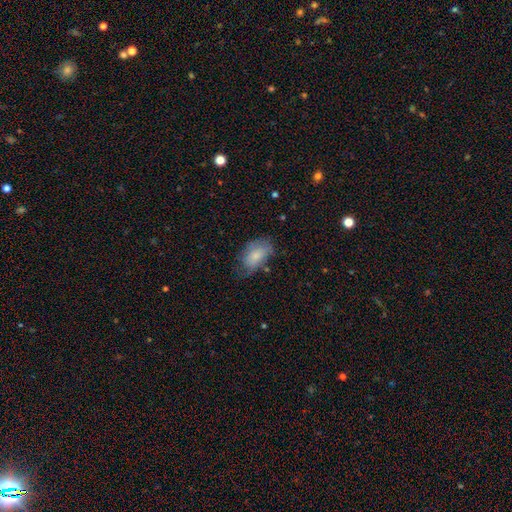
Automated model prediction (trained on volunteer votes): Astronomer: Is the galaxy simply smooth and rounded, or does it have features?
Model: smooth — 76%.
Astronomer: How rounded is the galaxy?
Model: in between — 92%.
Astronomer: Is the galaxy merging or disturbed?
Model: none — 55% (runner-up: minor disturbance, 31%).